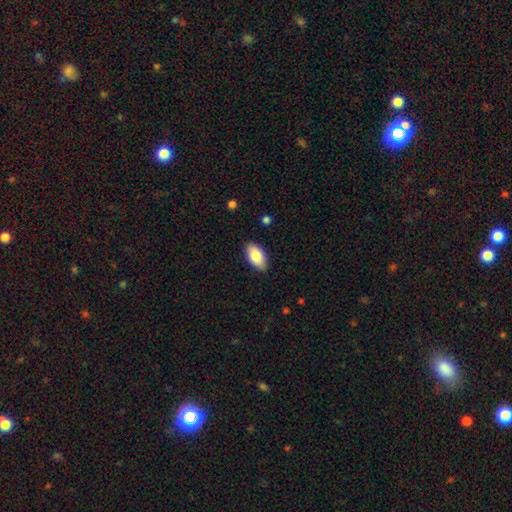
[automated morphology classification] Q: Smooth or featured?
A: smooth (82%); runner-up: featured or disk (12%)
Q: How rounded?
A: in between (95%); runner-up: round (3%)
Q: Merging?
A: none (87%); runner-up: minor disturbance (10%)